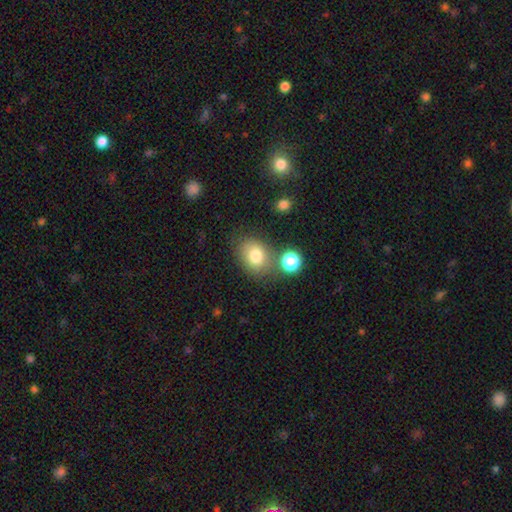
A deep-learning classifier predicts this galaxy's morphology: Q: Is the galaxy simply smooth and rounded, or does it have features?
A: smooth — 78%.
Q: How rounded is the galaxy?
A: in between — 56%.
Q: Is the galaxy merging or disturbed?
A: none — 66%.